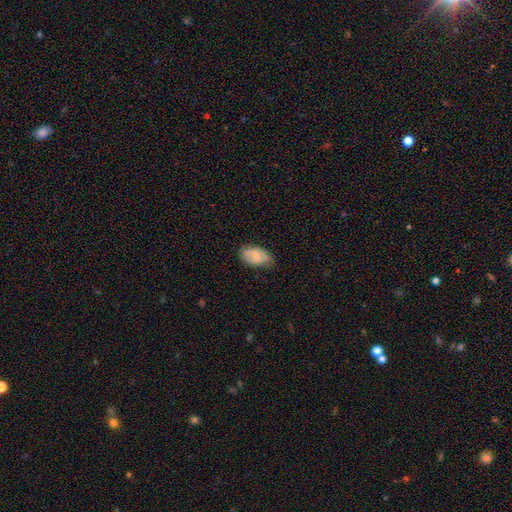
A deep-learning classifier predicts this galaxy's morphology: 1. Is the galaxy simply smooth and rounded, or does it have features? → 66% smooth, 28% featured or disk, 7% star or artifact.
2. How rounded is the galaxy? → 92% in between, 6% round, 2% cigar-shaped.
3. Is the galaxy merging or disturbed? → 71% none, 24% minor disturbance, 4% major disturbance, 1% merger.